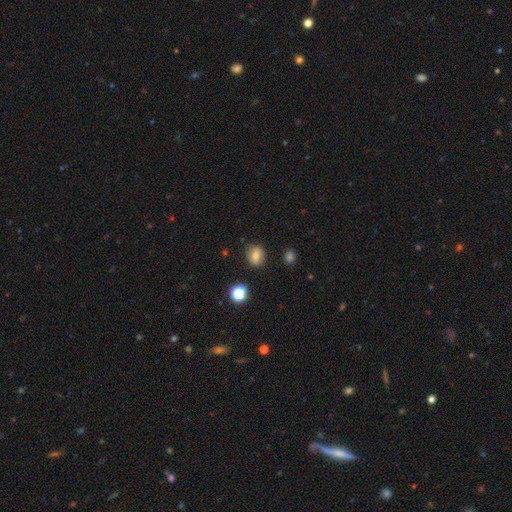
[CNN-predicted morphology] Smooth or featured: smooth — 77% (star or artifact — 12%)
How rounded: round — 62% (in between — 37%)
Merging: none — 85% (minor disturbance — 10%)